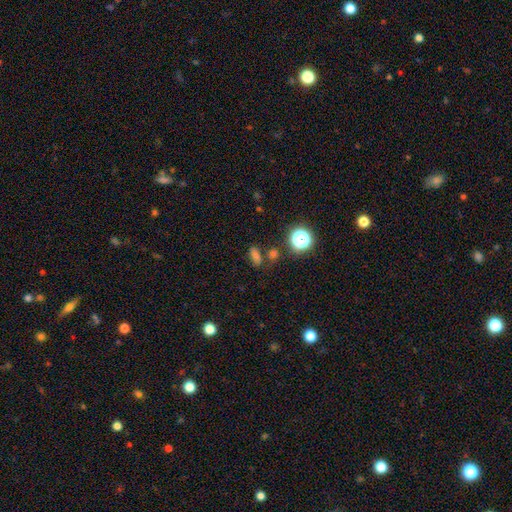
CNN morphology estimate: This is likely a smooth galaxy (60%). How rounded: likely in between (66%). Merging: likely none (63%).